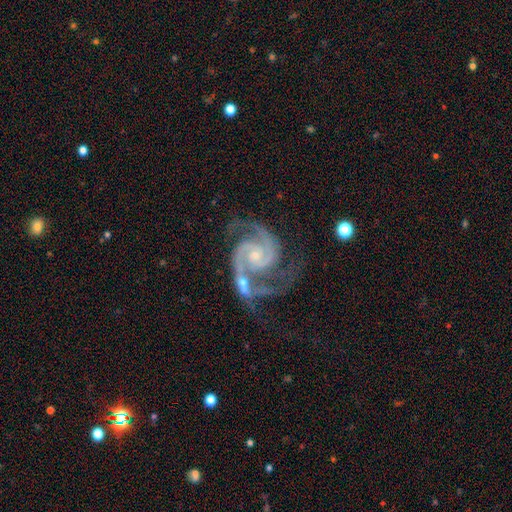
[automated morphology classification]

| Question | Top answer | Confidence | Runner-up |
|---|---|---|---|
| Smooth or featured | featured or disk | 93% | star or artifact (4%) |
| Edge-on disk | no | 98% | yes (2%) |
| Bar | no | 62% | weak (28%) |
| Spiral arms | yes | 99% | no (1%) |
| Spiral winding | medium | 53% | tight (40%) |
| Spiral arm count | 2 | 86% | 3 (8%) |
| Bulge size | small | 69% | moderate (25%) |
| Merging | none | 51% | merger (19%) |